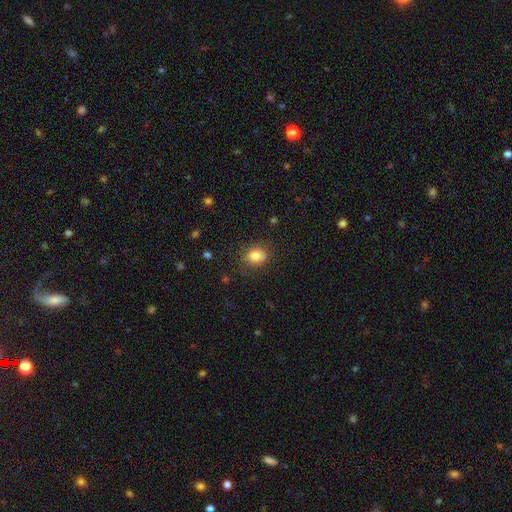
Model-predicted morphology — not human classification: Smooth or featured? Predicted: smooth (p=0.82). How rounded? Predicted: round (p=0.57). Merging? Predicted: none (p=0.73).